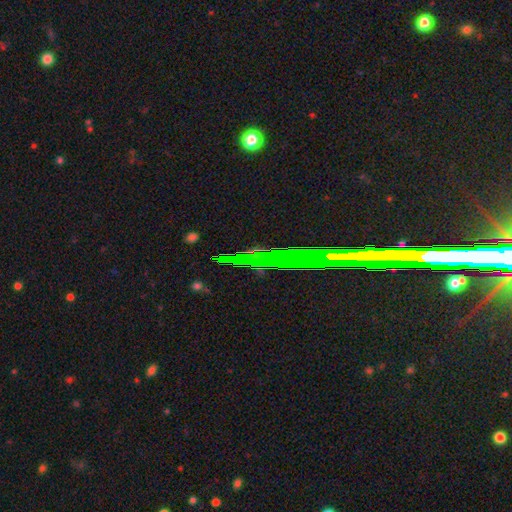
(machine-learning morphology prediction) Q: Smooth or featured?
A: star or artifact (42%); runner-up: featured or disk (30%)